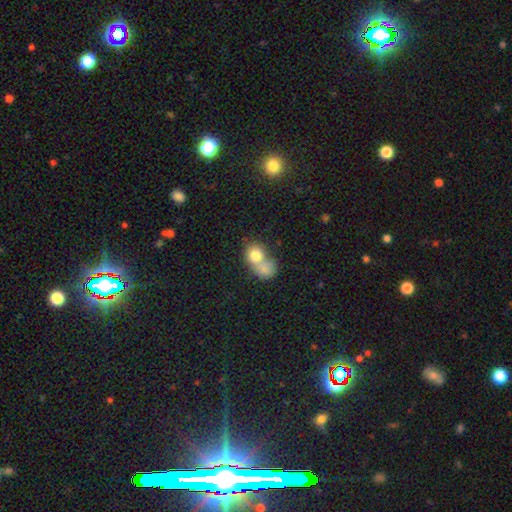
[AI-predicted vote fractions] The model was most divided on "how rounded": round: 65%, in between: 34%, cigar-shaped: 1%. More confident: smooth or featured — smooth (77%); merging — merger (67%).